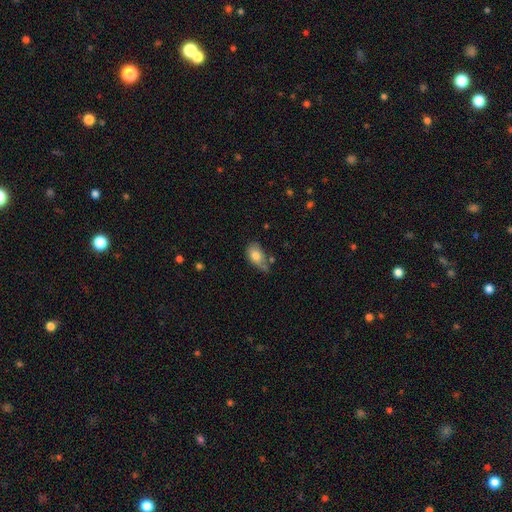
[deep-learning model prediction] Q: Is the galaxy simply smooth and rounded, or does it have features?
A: smooth — 78%.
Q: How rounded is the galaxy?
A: in between — 87%.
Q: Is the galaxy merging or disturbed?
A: none — 41%.